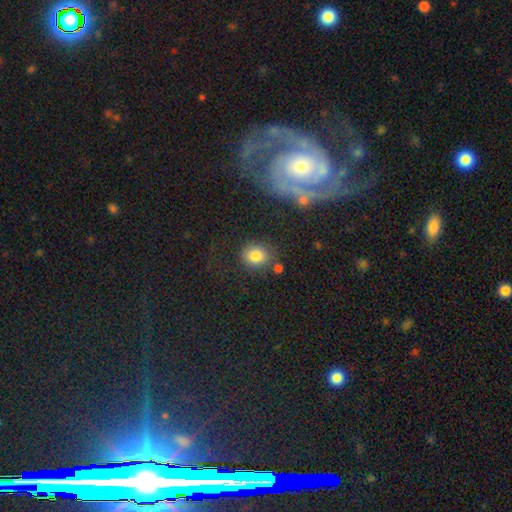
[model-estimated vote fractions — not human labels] Q: Smooth or featured?
A: smooth (81%); runner-up: star or artifact (11%)
Q: How rounded?
A: round (73%); runner-up: in between (26%)
Q: Merging?
A: none (76%); runner-up: minor disturbance (12%)